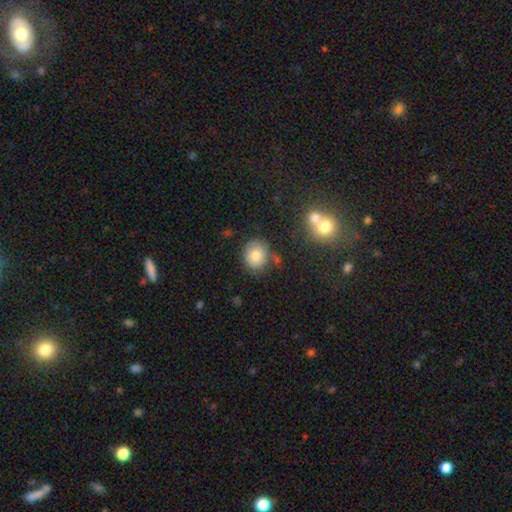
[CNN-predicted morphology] Smooth or featured? Predicted: smooth (p=0.78). How rounded? Predicted: round (p=0.79). Merging? Predicted: none (p=0.72).